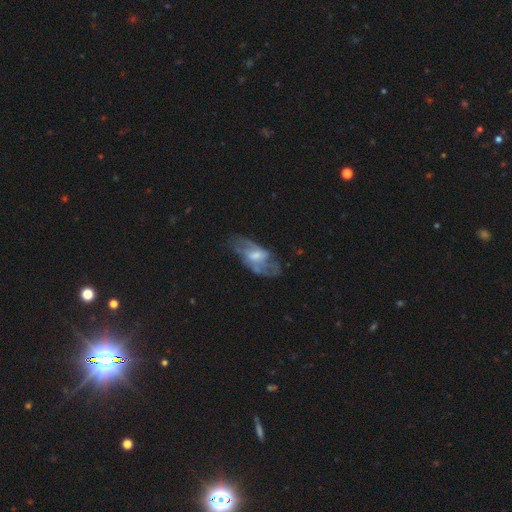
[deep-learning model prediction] A featured or disk galaxy (65%) with a weak bar (45%), spiral arms (68%) and a moderate central bulge (47%).

Vote fractions:
- Smooth or featured? featured or disk: 65% / smooth: 28% / star or artifact: 7%
- Edge-on disk? no: 92% / yes: 8%
- Bar? weak: 45% / no: 43% / strong: 12%
- Spiral arms? yes: 68% / no: 32%
- Bulge size? moderate: 47% / small: 36% / none: 8% / large: 7% / dominant: 1%
- Merging? none: 55% / minor disturbance: 25% / major disturbance: 18% / merger: 2%